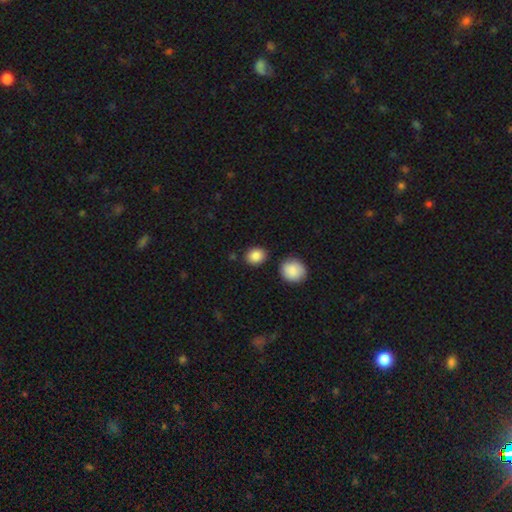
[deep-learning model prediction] The model was most divided on "how rounded": round: 58%, in between: 41%, cigar-shaped: 1%. More confident: smooth or featured — smooth (87%); merging — none (83%).